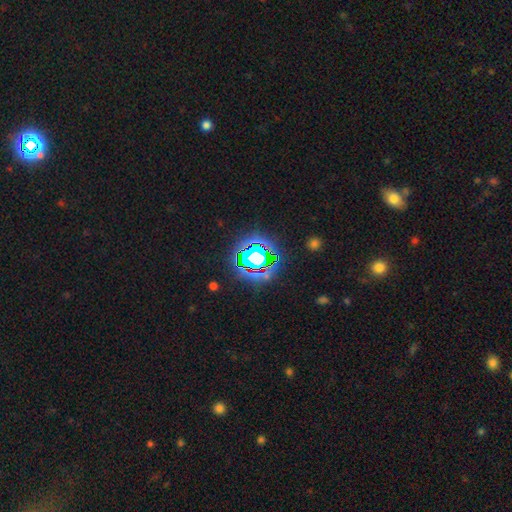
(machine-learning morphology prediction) A star or artifact, not a galaxy (74%).